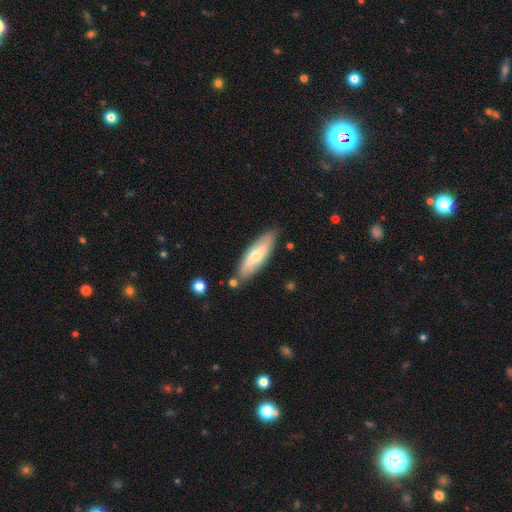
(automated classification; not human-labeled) This appears to be a smooth galaxy with no disk features (56%) that is cigar-shaped (52%). Merging: none (79%).